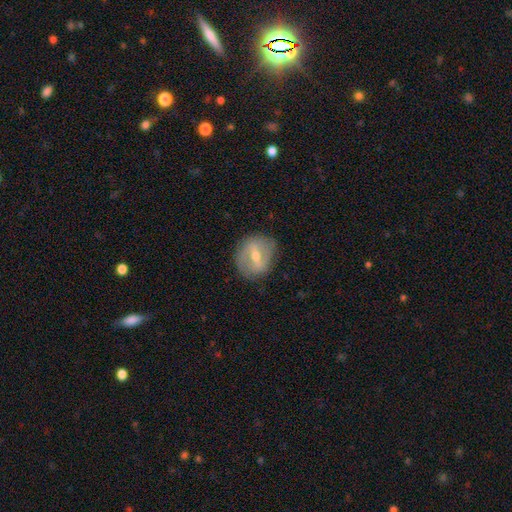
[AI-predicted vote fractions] A featured or disk galaxy (69%) with a strong bar (54%), spiral arms (52%) and a moderate central bulge (52%).

Vote fractions:
- Smooth or featured? featured or disk: 69% / smooth: 24% / star or artifact: 7%
- Edge-on disk? no: 92% / yes: 8%
- Bar? strong: 54% / weak: 36% / no: 10%
- Spiral arms? yes: 52% / no: 48%
- Bulge size? moderate: 52% / small: 43% / large: 2% / none: 2% / dominant: 1%
- Merging? none: 80% / minor disturbance: 14% / major disturbance: 5% / merger: 1%